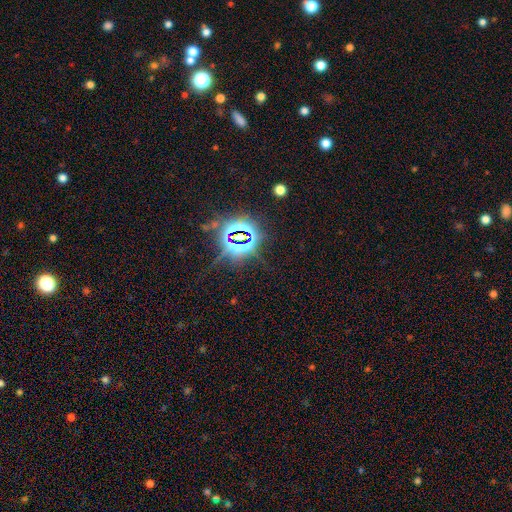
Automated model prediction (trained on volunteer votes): smooth-or-featured: star or artifact: 83% | smooth: 10% | featured or disk: 7%